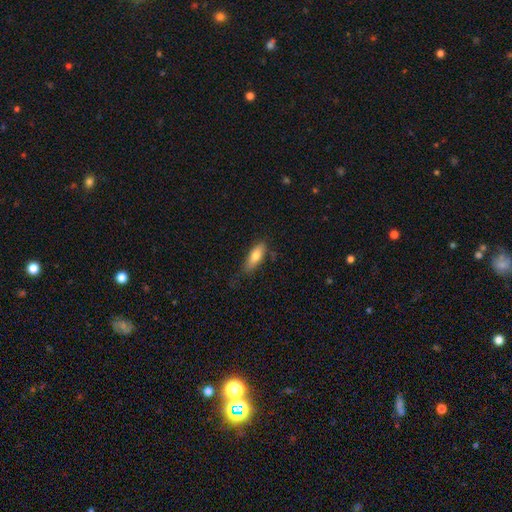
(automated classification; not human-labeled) Smooth or featured? smooth (76%)
How rounded? in between (70%)
Merging? none (72%)